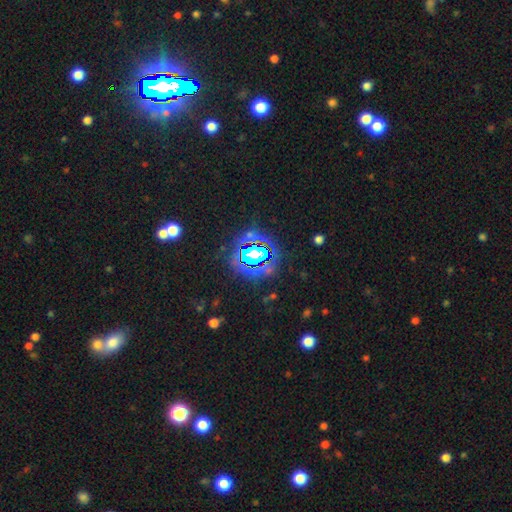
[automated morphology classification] The model was most divided on "smooth or featured": star or artifact: 78%, smooth: 13%, featured or disk: 8%.